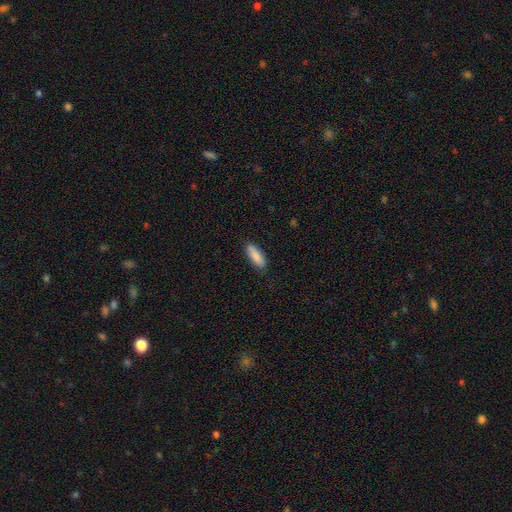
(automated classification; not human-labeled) Morphology: type=smooth (87%); roundness=in between (59%); merging=none (85%).